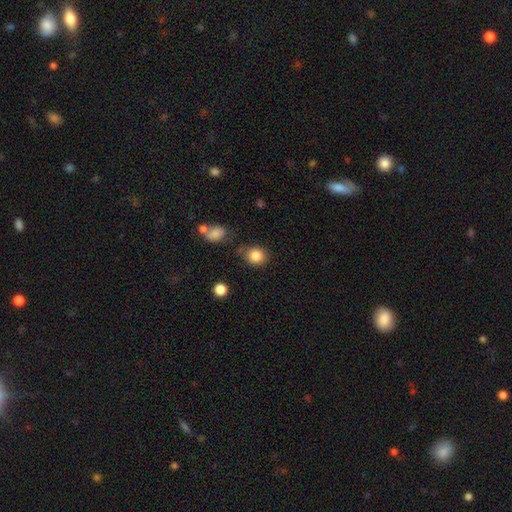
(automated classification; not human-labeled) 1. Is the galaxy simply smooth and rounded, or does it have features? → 85% smooth, 10% star or artifact, 5% featured or disk.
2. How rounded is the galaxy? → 78% round, 21% in between, 1% cigar-shaped.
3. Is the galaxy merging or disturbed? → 74% none, 15% minor disturbance, 6% merger, 5% major disturbance.